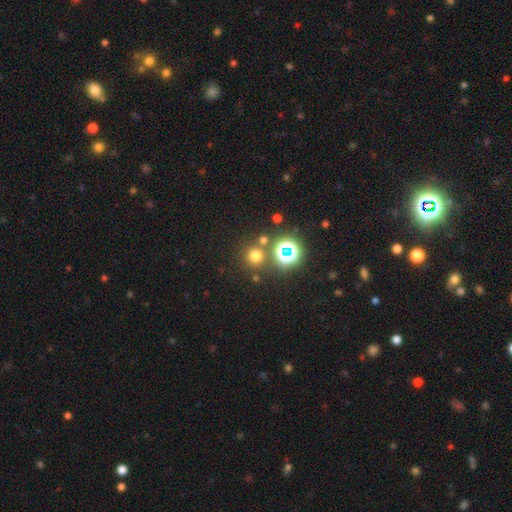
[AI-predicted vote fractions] A smooth galaxy with no disk features (64%) that is round (93%). Merging: none (80%).